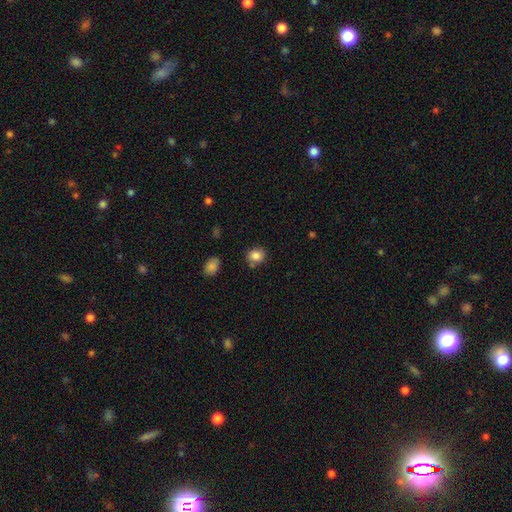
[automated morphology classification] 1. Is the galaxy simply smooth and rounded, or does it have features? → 85% smooth, 9% star or artifact, 6% featured or disk.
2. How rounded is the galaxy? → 72% round, 27% in between, 1% cigar-shaped.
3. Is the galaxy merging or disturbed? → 77% none, 16% minor disturbance, 4% merger, 3% major disturbance.